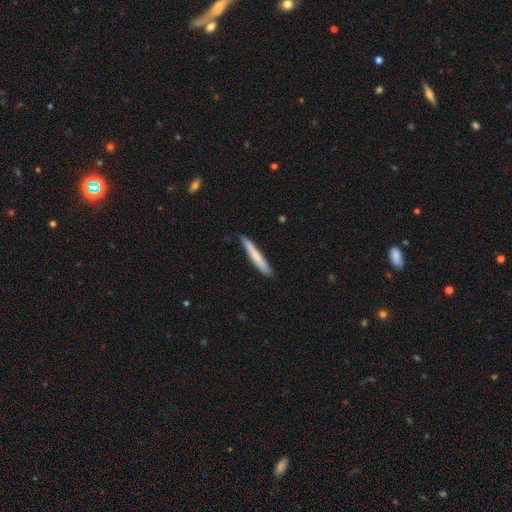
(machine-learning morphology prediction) Smooth or featured? Predicted: smooth (p=0.71). How rounded? Predicted: cigar-shaped (p=0.95). Merging? Predicted: none (p=0.86).